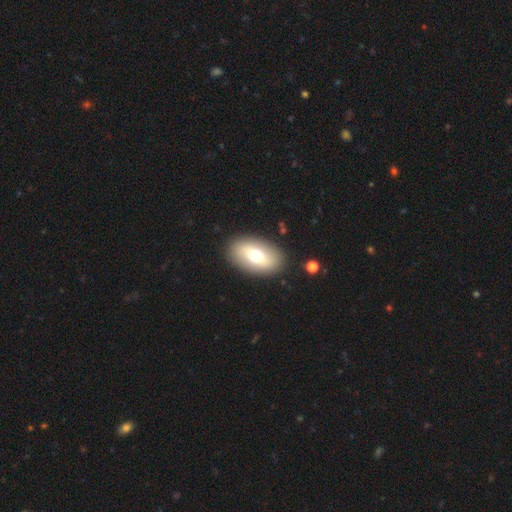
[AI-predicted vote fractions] Q: Smooth or featured?
A: smooth (63%); runner-up: featured or disk (30%)
Q: How rounded?
A: in between (90%); runner-up: round (8%)
Q: Merging?
A: none (88%); runner-up: minor disturbance (8%)